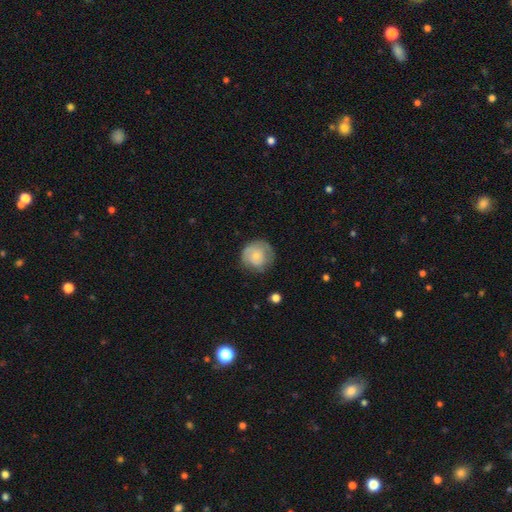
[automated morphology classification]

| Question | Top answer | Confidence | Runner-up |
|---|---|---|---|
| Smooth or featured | smooth | 58% | featured or disk (35%) |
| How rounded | round | 88% | in between (11%) |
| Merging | none | 65% | minor disturbance (24%) |